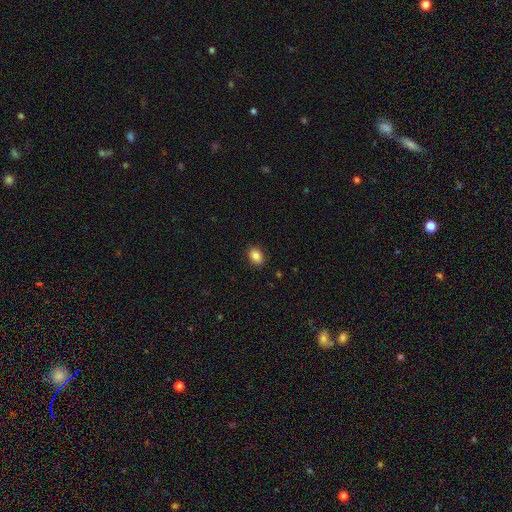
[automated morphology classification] smooth_or_featured: smooth (p=0.86) [alt: star or artifact p=0.09]
how_rounded: in between (p=0.72) [alt: round p=0.27]
merging: none (p=0.89) [alt: minor disturbance p=0.08]